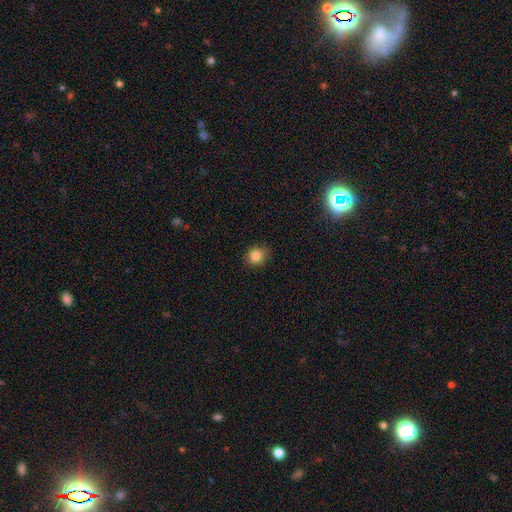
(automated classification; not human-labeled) This appears to be a smooth galaxy with no disk features (83%) that is round (74%). Merging: none (83%).